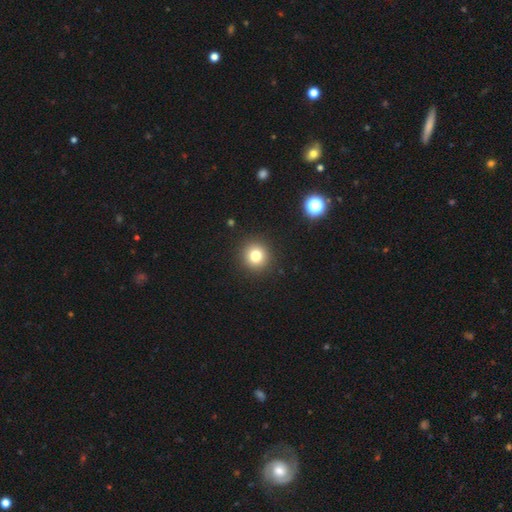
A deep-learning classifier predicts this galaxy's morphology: A smooth galaxy with no disk features (79%) that is round (92%). Merging: none (92%).